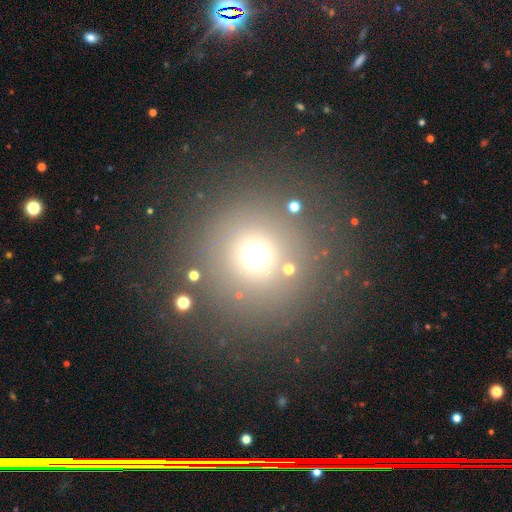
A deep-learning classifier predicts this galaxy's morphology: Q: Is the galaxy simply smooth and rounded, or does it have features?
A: smooth — 62%.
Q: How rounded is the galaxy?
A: round — 94%.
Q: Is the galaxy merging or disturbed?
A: none — 84%.